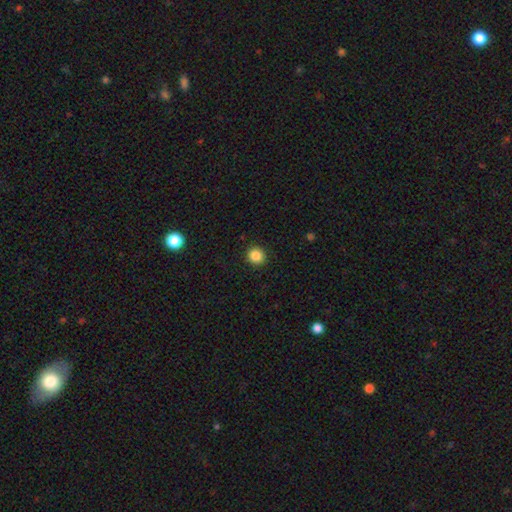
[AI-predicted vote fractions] Q: Smooth or featured?
A: smooth (86%); runner-up: star or artifact (10%)
Q: How rounded?
A: round (87%); runner-up: in between (12%)
Q: Merging?
A: none (91%); runner-up: minor disturbance (6%)